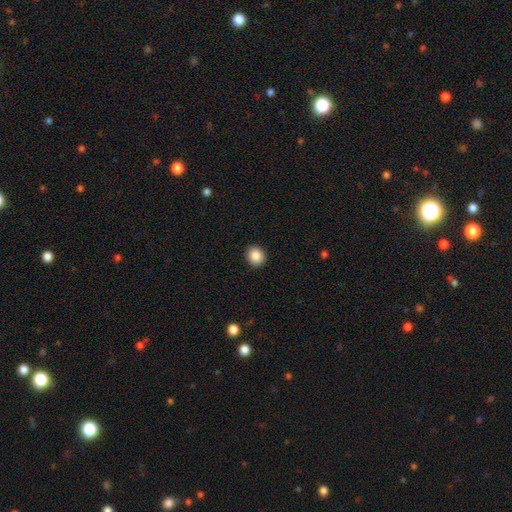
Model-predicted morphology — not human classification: type=smooth (88%); roundness=round (81%); merging=none (92%).